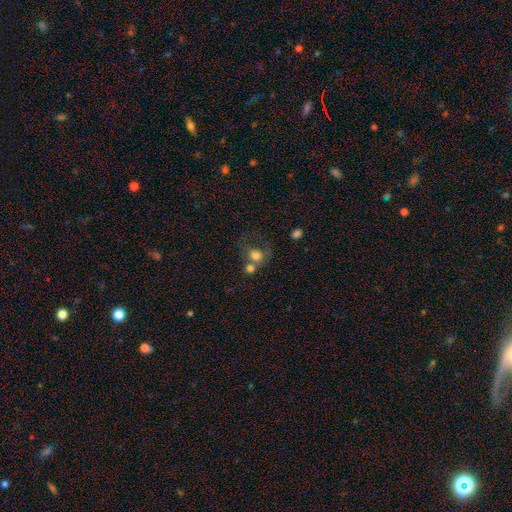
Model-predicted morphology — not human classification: smooth-or-featured: smooth: 73% | featured or disk: 16% | star or artifact: 11%
  how-rounded: round: 66% | in between: 32% | cigar-shaped: 1%
  merging: merger: 41% | none: 31% | major disturbance: 14% | minor disturbance: 14%